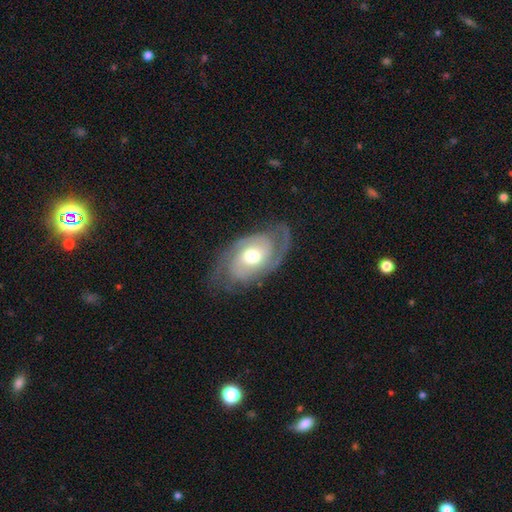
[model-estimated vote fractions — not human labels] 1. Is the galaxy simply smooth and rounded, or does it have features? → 87% featured or disk, 9% smooth, 5% star or artifact.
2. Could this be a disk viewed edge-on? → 96% no, 4% yes.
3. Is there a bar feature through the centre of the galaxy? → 62% no, 29% weak, 9% strong.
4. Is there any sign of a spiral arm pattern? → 96% yes, 4% no.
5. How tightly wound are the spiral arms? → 53% tight, 37% medium, 9% loose.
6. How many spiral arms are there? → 73% 2, 10% can't tell, 10% 3, 4% 1, 2% 4, 2% more than 4.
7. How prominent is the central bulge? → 74% moderate, 13% large, 12% small, 1% dominant, 1% none.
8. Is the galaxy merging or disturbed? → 76% none, 17% minor disturbance, 7% major disturbance, 1% merger.